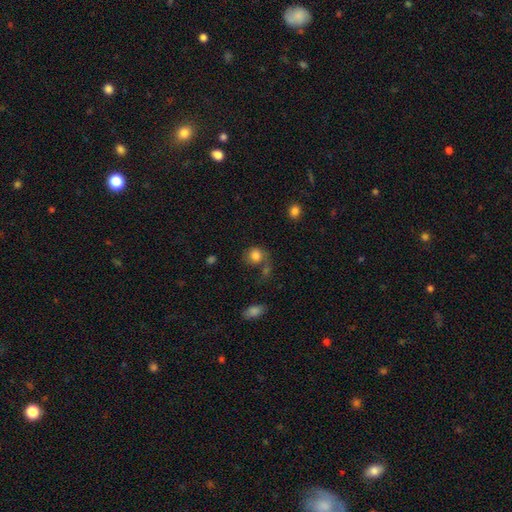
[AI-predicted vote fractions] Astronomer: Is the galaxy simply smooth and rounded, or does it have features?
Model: smooth — 77%.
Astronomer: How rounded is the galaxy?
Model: round — 73%.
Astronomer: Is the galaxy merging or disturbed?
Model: none — 40% (runner-up: merger, 22%).